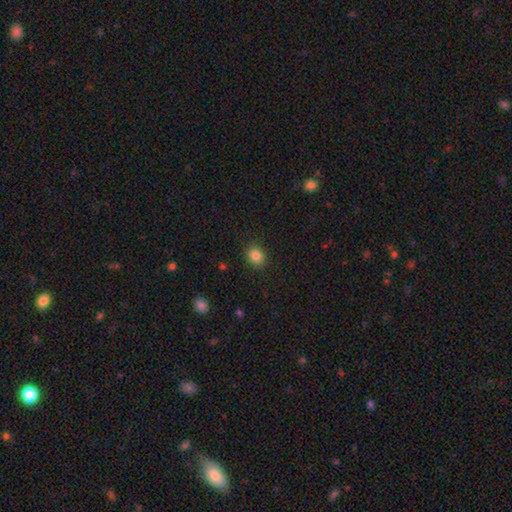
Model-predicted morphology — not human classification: Smooth or featured? smooth (84%)
How rounded? round (70%)
Merging? none (89%)